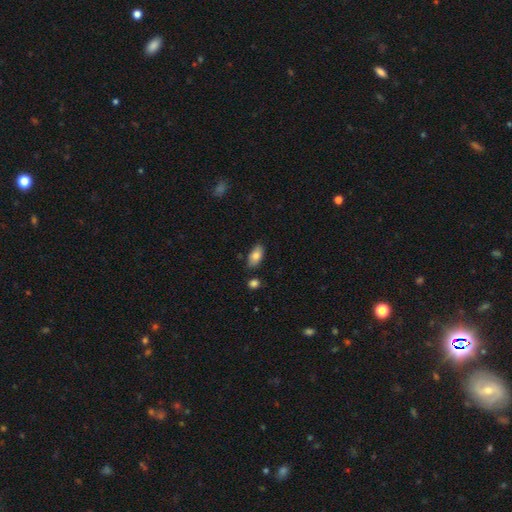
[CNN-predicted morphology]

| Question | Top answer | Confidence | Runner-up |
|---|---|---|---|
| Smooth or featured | smooth | 81% | featured or disk (12%) |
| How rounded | in between | 92% | cigar-shaped (5%) |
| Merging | none | 79% | minor disturbance (15%) |